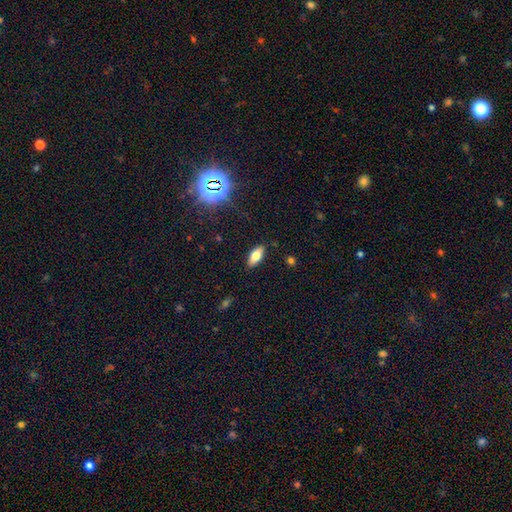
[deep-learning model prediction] Smooth or featured: smooth — 69% (featured or disk — 21%)
How rounded: in between — 82% (cigar-shaped — 15%)
Merging: none — 88% (minor disturbance — 9%)